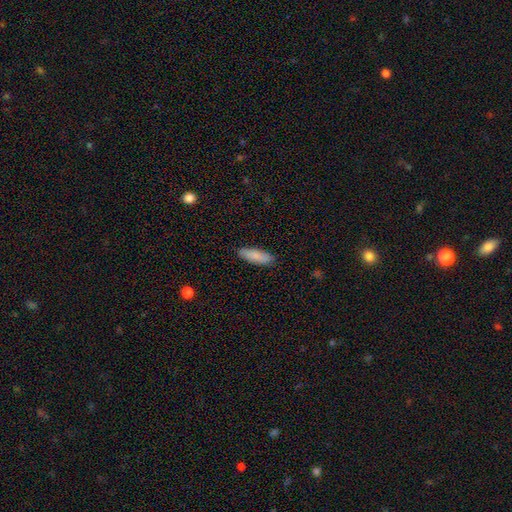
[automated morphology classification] Q: Smooth or featured?
A: smooth (86%); runner-up: featured or disk (8%)
Q: How rounded?
A: in between (52%); runner-up: cigar-shaped (46%)
Q: Merging?
A: none (88%); runner-up: minor disturbance (9%)